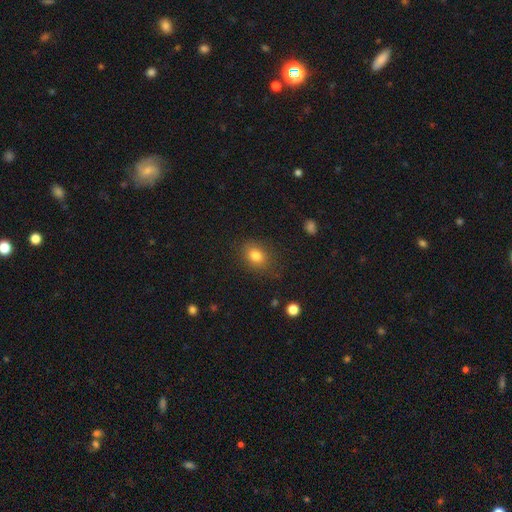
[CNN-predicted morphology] Smooth or featured?
  - smooth: 81% *
  - star or artifact: 11%
  - featured or disk: 8%
How rounded?
  - in between: 66% *
  - round: 33%
  - cigar-shaped: 1%
Merging?
  - none: 80% *
  - minor disturbance: 14%
  - major disturbance: 5%
  - merger: 2%